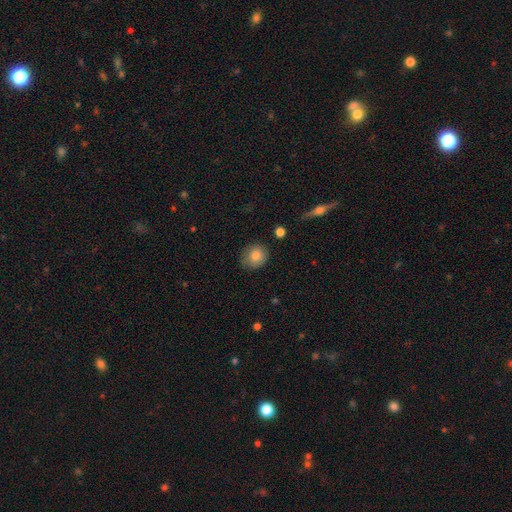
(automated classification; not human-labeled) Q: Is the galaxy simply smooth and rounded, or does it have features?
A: smooth — 83%.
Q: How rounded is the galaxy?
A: round — 76%.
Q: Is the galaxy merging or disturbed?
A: none — 80%.